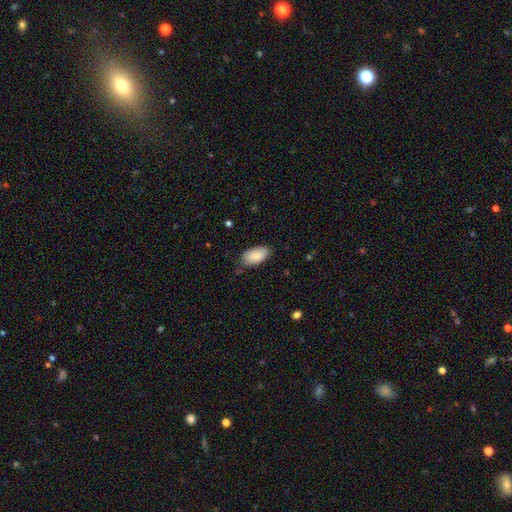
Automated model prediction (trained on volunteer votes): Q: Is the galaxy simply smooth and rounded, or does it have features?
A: smooth — 86%.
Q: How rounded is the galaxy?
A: in between — 95%.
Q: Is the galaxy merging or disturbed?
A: none — 75%.